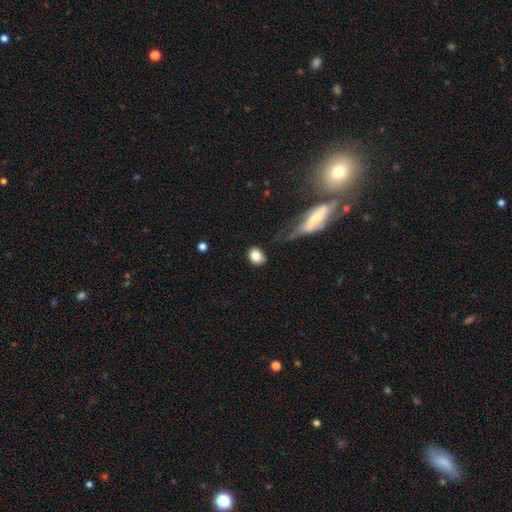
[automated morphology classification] The model was most divided on "how rounded": round: 51%, in between: 48%, cigar-shaped: 2%. More confident: smooth or featured — smooth (83%); merging — none (74%).